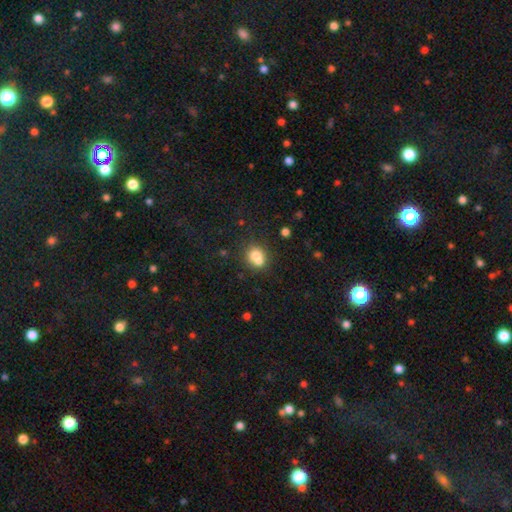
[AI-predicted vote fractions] Smooth or featured? Predicted: smooth (p=0.73). How rounded? Predicted: round (p=0.62). Merging? Predicted: merger (p=0.45).